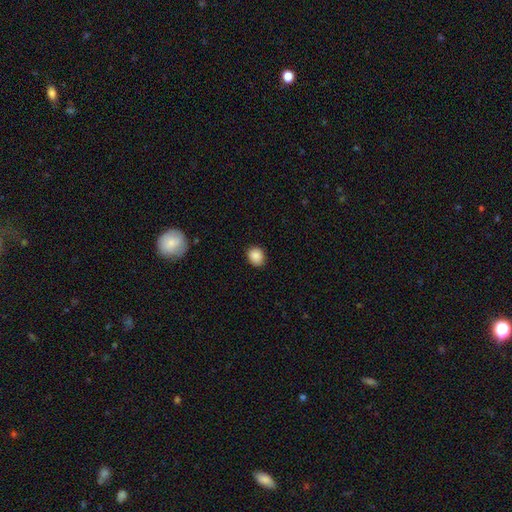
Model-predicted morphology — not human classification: This is clearly a smooth galaxy (87%). How rounded: likely round (65%). Merging: clearly none (87%).